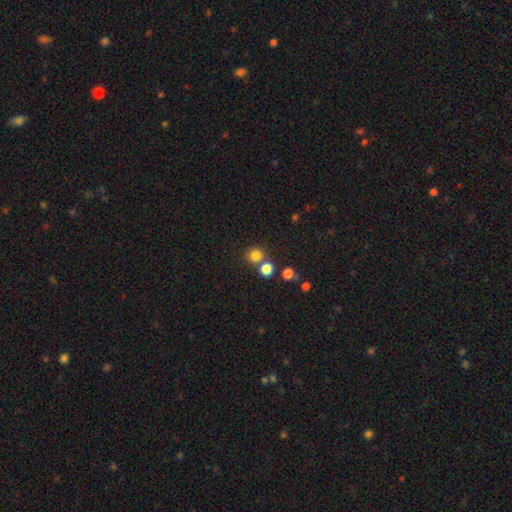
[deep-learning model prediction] A smooth galaxy with no disk features (80%) that is round (87%).

Vote fractions:
- Smooth or featured? smooth: 80% / star or artifact: 14% / featured or disk: 6%
- How rounded? round: 87% / in between: 12% / cigar-shaped: 1%
- Merging? none: 66% / merger: 24% / minor disturbance: 7% / major disturbance: 3%